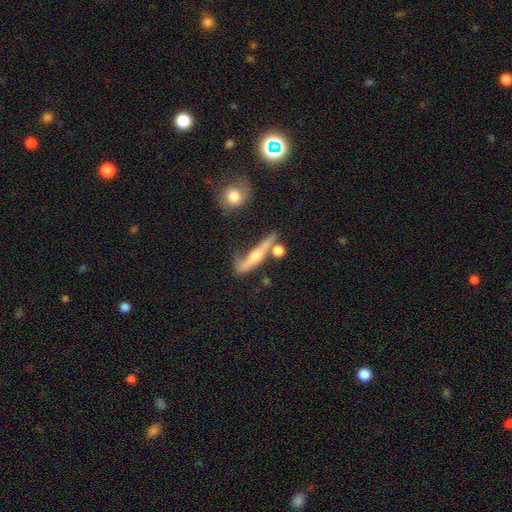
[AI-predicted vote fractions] featured or disk 67%, smooth 25%, star or artifact 8%. Down the decision tree: edge-on disk — yes (79%); edge-on bulge — rounded (88%); merging — none (49%).